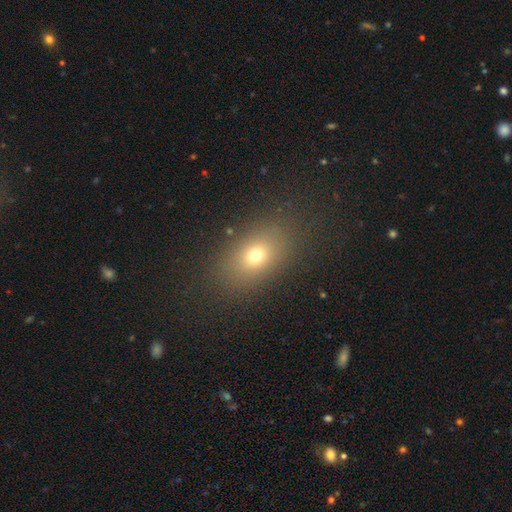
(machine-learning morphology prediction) Smooth or featured: smooth — 70% (star or artifact — 16%)
How rounded: in between — 75% (round — 22%)
Merging: none — 83% (minor disturbance — 10%)